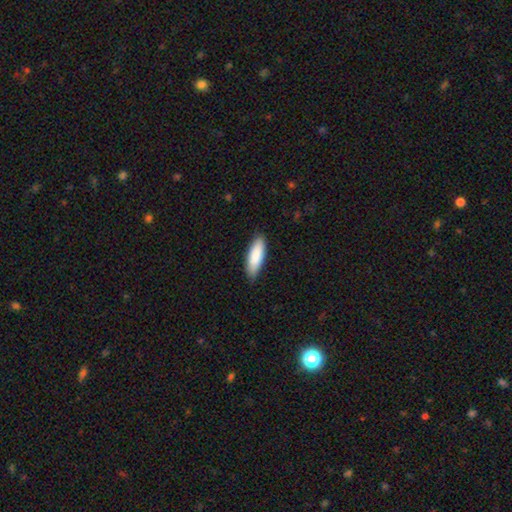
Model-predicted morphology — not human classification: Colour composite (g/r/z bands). It shows a smooth galaxy with no disk features (87%) that is in between round and cigar-shaped (62%). Merging: none (84%).